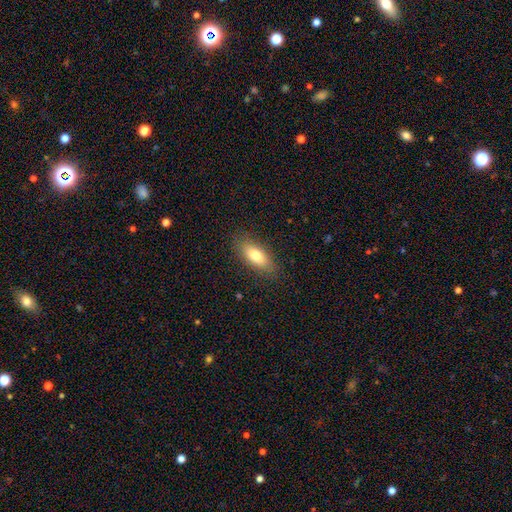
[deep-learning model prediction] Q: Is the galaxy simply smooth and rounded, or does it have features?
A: smooth — 77%.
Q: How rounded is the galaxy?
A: in between — 79%.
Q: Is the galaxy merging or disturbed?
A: none — 86%.